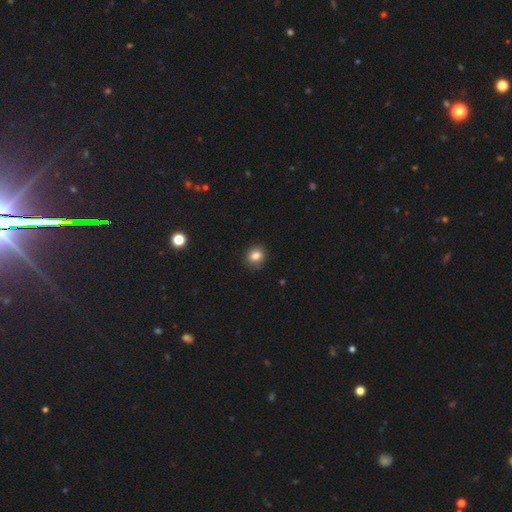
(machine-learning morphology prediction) This appears to be a smooth galaxy with no disk features (83%) that is round (76%). Merging: none (88%).